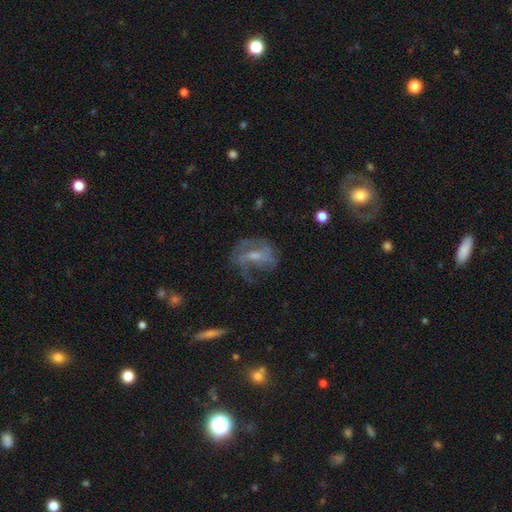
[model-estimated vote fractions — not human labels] Smooth or featured? Predicted: featured or disk (p=0.77). Edge-on disk? Predicted: no (p=0.97). Bar? Predicted: weak (p=0.50). Spiral arms? Predicted: yes (p=0.85). Spiral winding? Predicted: medium (p=0.45). Spiral arm count? Predicted: 2 (p=0.42). Bulge size? Predicted: small (p=0.43). Merging? Predicted: none (p=0.52).